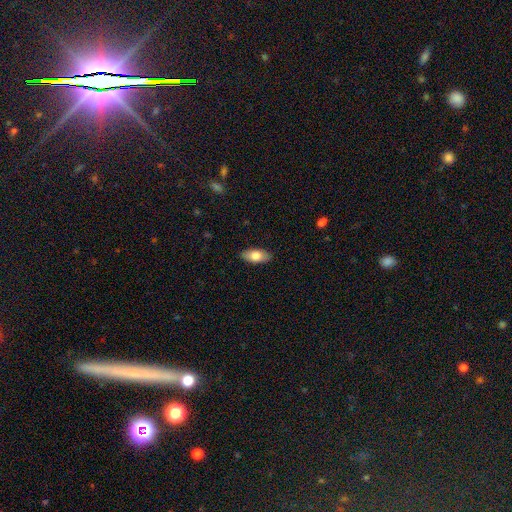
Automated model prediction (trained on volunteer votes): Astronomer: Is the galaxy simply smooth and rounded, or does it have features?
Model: smooth — 77%.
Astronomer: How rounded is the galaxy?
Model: in between — 89%.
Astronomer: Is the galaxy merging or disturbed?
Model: none — 88%.